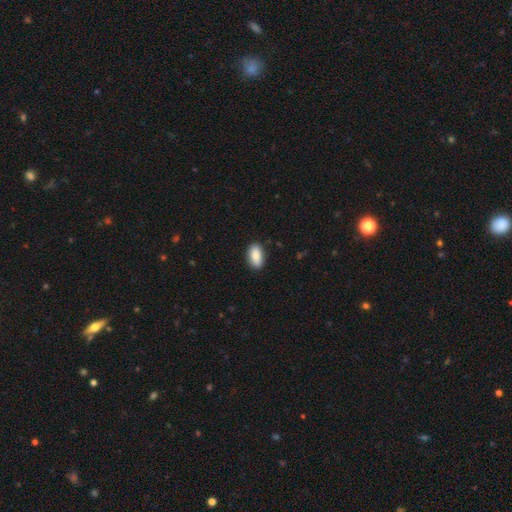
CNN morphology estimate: A smooth galaxy with no disk features (83%) that is in between round and cigar-shaped (92%).

Vote fractions:
- Smooth or featured? smooth: 83% / featured or disk: 10% / star or artifact: 7%
- How rounded? in between: 92% / round: 4% / cigar-shaped: 4%
- Merging? none: 87% / minor disturbance: 10% / major disturbance: 2% / merger: 1%